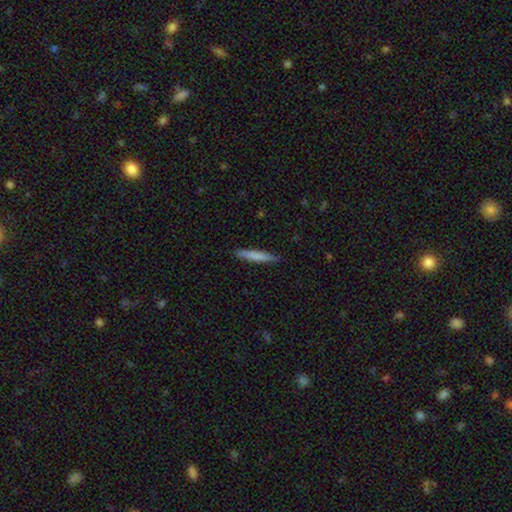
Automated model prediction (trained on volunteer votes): The model was most divided on "smooth or featured": smooth: 73%, featured or disk: 21%, star or artifact: 6%. More confident: how rounded — cigar-shaped (94%); merging — none (88%).